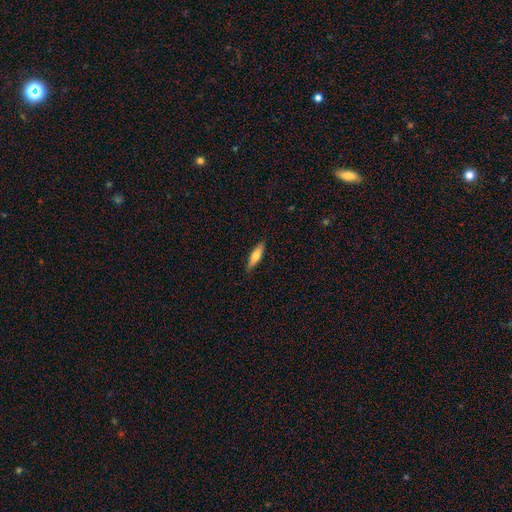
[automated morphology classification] smooth_or_featured: smooth (p=0.67) [alt: featured or disk p=0.28]
how_rounded: cigar-shaped (p=0.68) [alt: in between p=0.30]
merging: none (p=0.87) [alt: minor disturbance p=0.10]